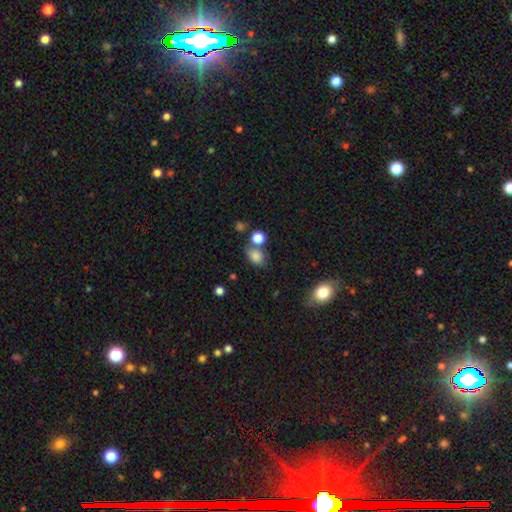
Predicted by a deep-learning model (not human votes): This is clearly a smooth galaxy (82%). How rounded: likely in between (71%). Merging: possibly none (59%).